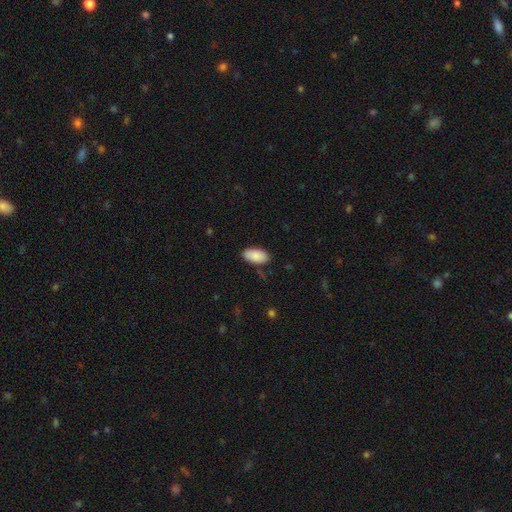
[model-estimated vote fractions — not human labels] Smooth or featured? Predicted: smooth (p=0.88). How rounded? Predicted: in between (p=0.95). Merging? Predicted: none (p=0.82).